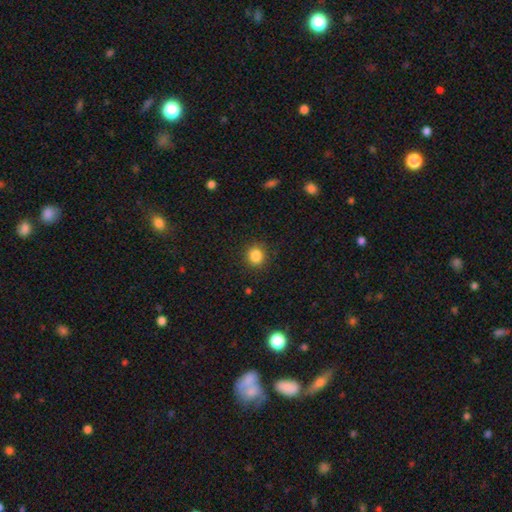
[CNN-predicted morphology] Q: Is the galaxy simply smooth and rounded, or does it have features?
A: smooth — 85%.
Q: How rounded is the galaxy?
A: round — 87%.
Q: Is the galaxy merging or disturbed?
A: none — 90%.